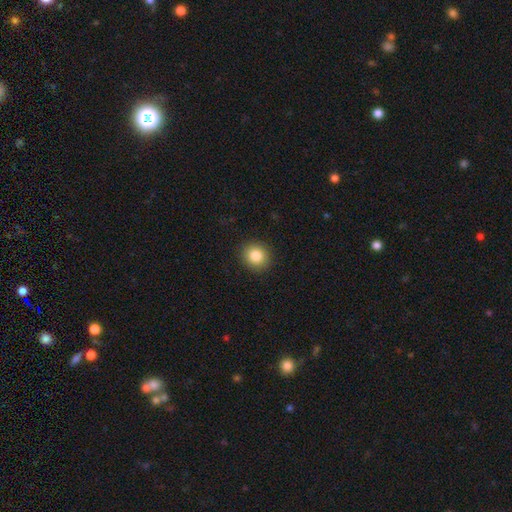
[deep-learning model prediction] Q: Smooth or featured?
A: smooth (85%); runner-up: star or artifact (10%)
Q: How rounded?
A: round (85%); runner-up: in between (14%)
Q: Merging?
A: none (91%); runner-up: minor disturbance (6%)